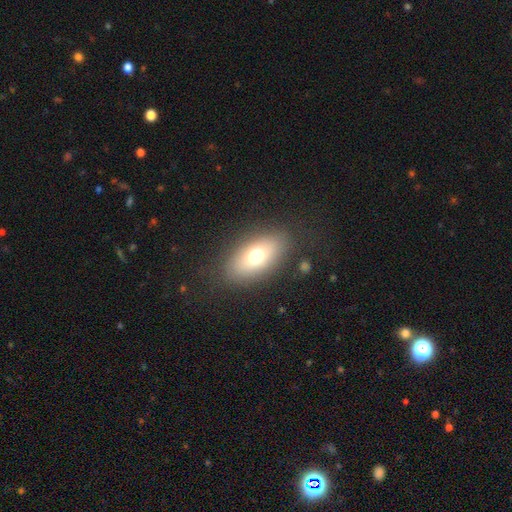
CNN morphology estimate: smooth-or-featured: smooth: 70% | featured or disk: 21% | star or artifact: 9%
  how-rounded: in between: 88% | round: 8% | cigar-shaped: 4%
  merging: none: 82% | minor disturbance: 11% | major disturbance: 5% | merger: 2%